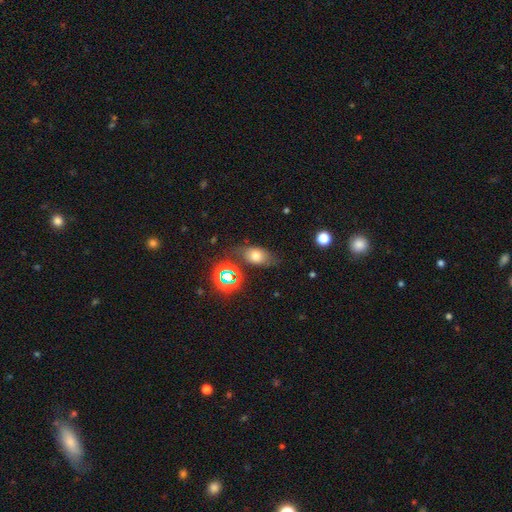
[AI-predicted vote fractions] Smooth or featured?
  - smooth: 65% *
  - star or artifact: 19%
  - featured or disk: 16%
How rounded?
  - in between: 78% *
  - round: 19%
  - cigar-shaped: 3%
Merging?
  - none: 68% *
  - minor disturbance: 20%
  - major disturbance: 7%
  - merger: 5%